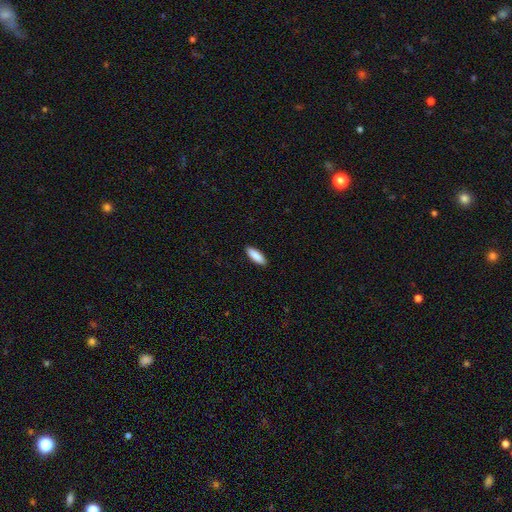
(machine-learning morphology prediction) type=smooth (90%); roundness=in between (61%); merging=none (91%).